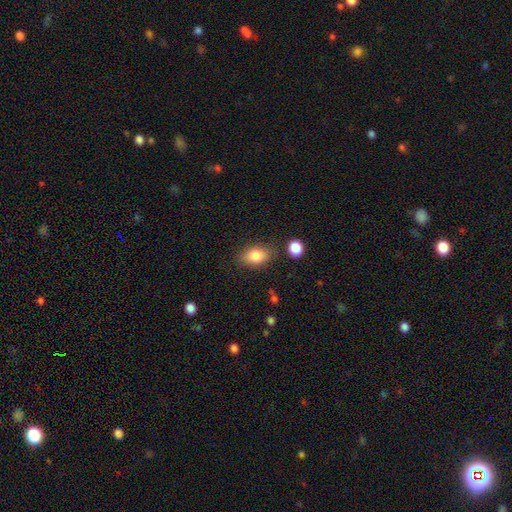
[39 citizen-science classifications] smooth_or_featured: smooth (p=0.79) [alt: featured or disk p=0.15]
how_rounded: in between (p=0.77) [alt: round p=0.23]
merging: none (p=0.81) [alt: minor disturbance p=0.11]